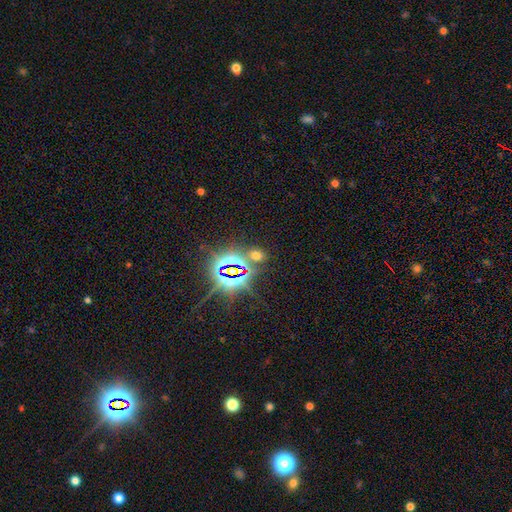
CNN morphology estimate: The model was most divided on "smooth or featured": star or artifact: 54%, smooth: 38%, featured or disk: 7%.